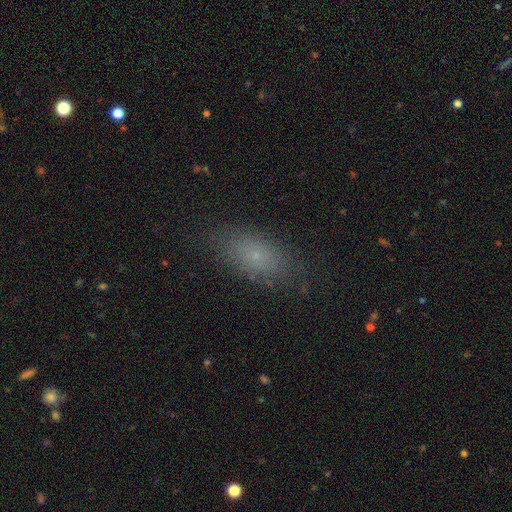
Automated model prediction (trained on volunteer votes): The model was most divided on "smooth or featured": smooth: 73%, star or artifact: 14%, featured or disk: 13%. More confident: how rounded — in between (83%); merging — none (81%).